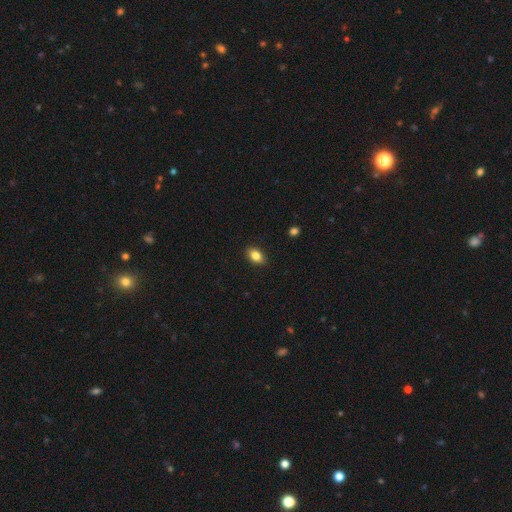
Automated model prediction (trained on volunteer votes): The model was most divided on "smooth or featured": smooth: 83%, featured or disk: 9%, star or artifact: 8%. More confident: merging — none (89%); how rounded — in between (87%).